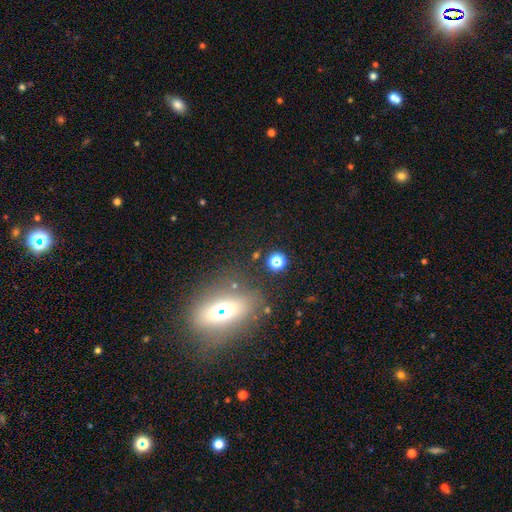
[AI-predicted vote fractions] The model was most divided on "smooth or featured": star or artifact: 44%, smooth: 40%, featured or disk: 16%.